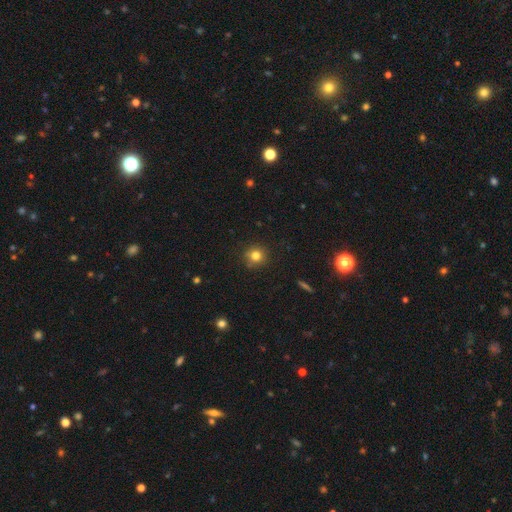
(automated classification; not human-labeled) Overall: smooth (80%). How rounded: round (91%). Merging: none (86%).